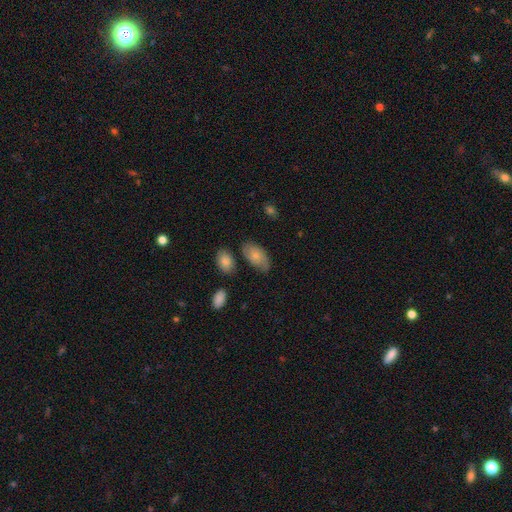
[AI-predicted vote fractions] smooth 66%, featured or disk 27%, star or artifact 7%. Down the decision tree: how rounded — in between (93%); merging — none (66%).